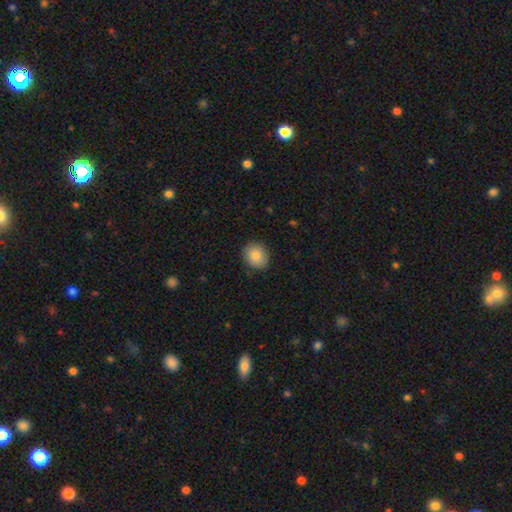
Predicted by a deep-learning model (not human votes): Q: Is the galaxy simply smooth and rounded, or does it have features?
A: smooth — 86%.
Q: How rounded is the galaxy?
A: round — 76%.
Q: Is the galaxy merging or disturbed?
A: none — 87%.